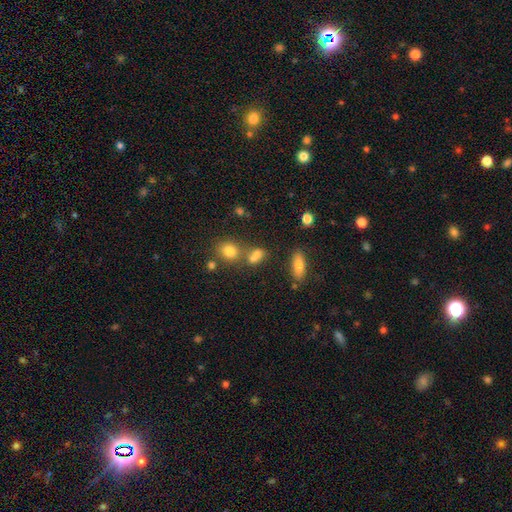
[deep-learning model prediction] This is likely a smooth galaxy (71%). How rounded: possibly round (51%). Merging: marginally none (45%).